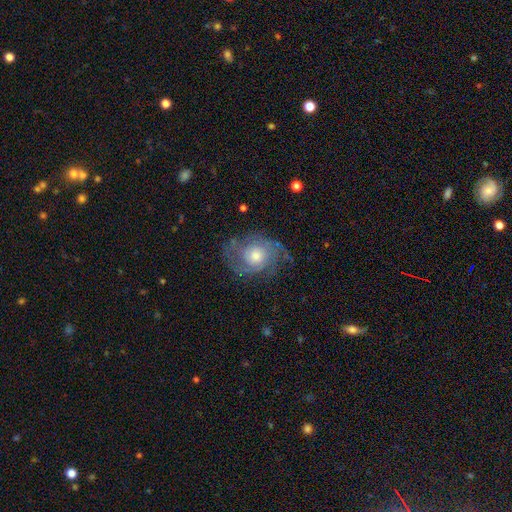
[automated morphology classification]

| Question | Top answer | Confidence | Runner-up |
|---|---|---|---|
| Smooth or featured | featured or disk | 78% | smooth (15%) |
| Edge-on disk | no | 97% | yes (3%) |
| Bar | no | 80% | weak (17%) |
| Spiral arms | yes | 91% | no (9%) |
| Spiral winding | tight | 46% | medium (39%) |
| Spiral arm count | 2 | 45% | can't tell (26%) |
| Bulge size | moderate | 61% | small (24%) |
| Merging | none | 68% | minor disturbance (19%) |